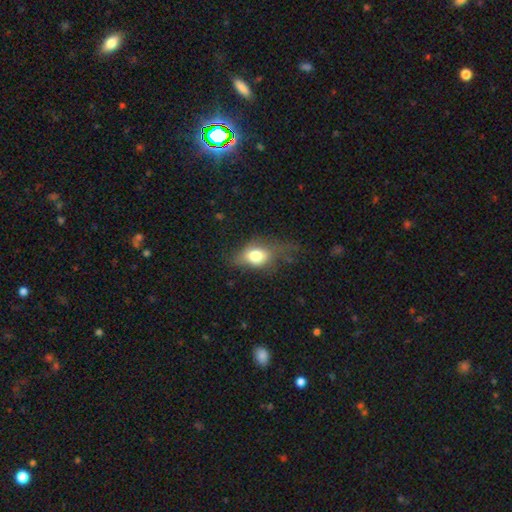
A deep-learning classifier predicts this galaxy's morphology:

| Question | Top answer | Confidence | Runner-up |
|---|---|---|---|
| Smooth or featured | smooth | 72% | featured or disk (17%) |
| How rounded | in between | 69% | round (28%) |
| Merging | none | 40% | minor disturbance (30%) |